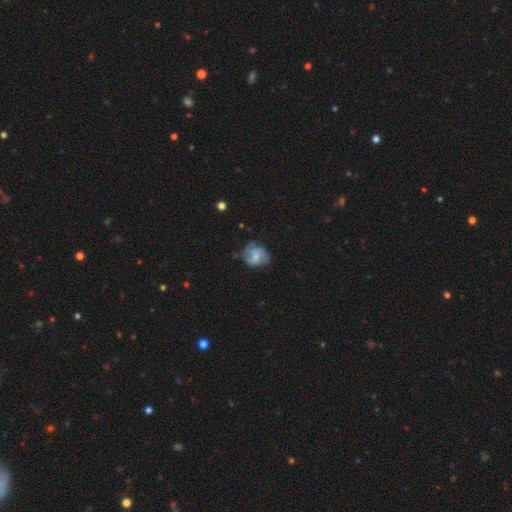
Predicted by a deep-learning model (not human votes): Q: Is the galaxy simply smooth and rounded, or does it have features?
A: featured or disk — 49%.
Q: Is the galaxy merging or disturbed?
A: none — 54%.